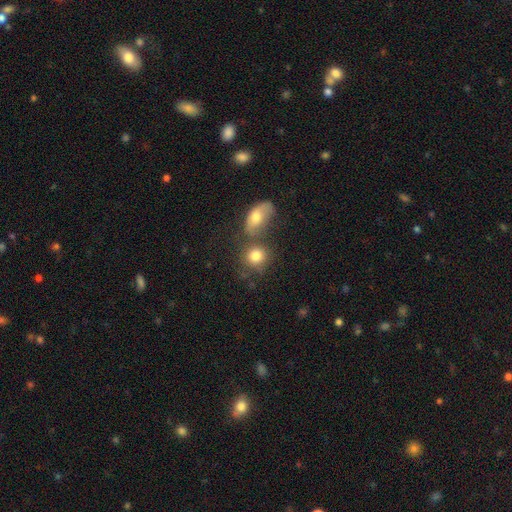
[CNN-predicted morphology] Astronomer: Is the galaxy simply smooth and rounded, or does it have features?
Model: smooth — 79%.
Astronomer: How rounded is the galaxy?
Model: round — 72%.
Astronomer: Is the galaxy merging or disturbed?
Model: none — 48% (runner-up: merger, 35%).